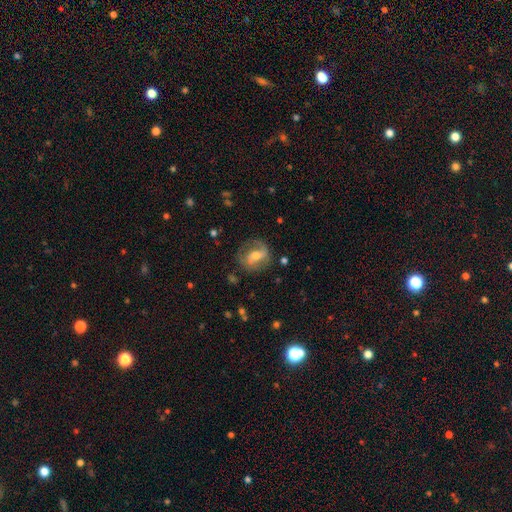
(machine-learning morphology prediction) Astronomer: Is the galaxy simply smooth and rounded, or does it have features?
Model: featured or disk — 67%.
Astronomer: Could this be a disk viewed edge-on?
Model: no — 95%.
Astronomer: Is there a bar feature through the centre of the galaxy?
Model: weak — 39% (runner-up: strong, 37%).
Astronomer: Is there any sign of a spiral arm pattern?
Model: yes — 75%.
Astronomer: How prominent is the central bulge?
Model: moderate — 59%.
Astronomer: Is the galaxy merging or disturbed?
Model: none — 68%.